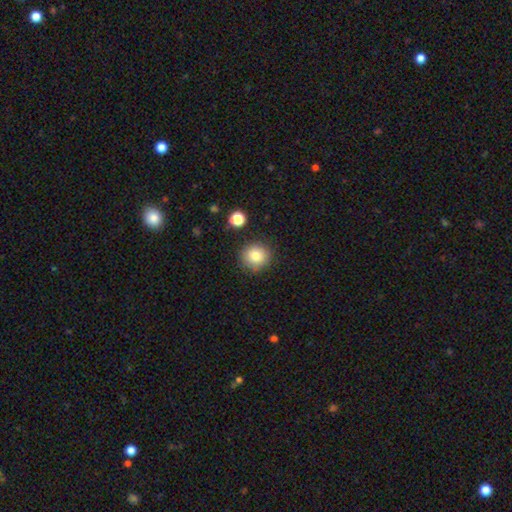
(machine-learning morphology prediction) This appears to be a smooth galaxy with no disk features (81%) that is round (91%). Merging: none (87%).